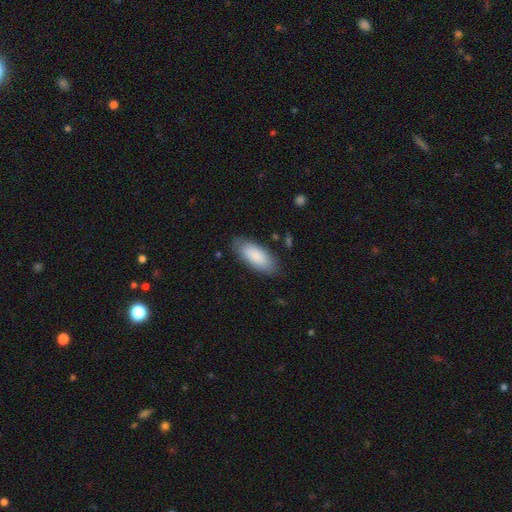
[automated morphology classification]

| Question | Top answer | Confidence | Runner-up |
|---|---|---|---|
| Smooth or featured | smooth | 86% | featured or disk (8%) |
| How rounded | in between | 85% | cigar-shaped (13%) |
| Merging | none | 82% | minor disturbance (13%) |